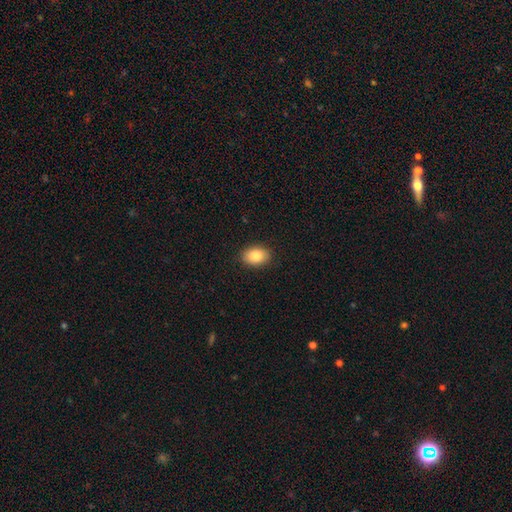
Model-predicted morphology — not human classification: type=smooth (84%); roundness=in between (80%); merging=none (89%).